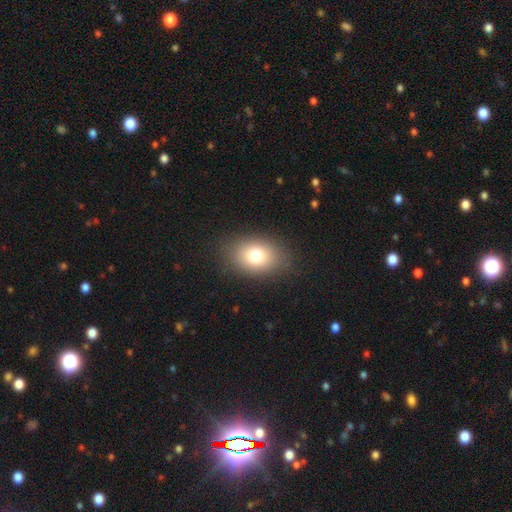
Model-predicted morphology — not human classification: type=smooth (76%); roundness=in between (72%); merging=none (86%).